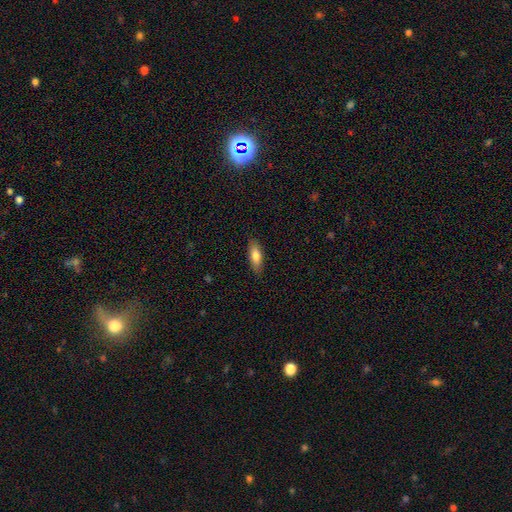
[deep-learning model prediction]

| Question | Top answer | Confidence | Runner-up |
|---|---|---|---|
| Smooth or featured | smooth | 77% | featured or disk (16%) |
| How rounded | in between | 63% | cigar-shaped (35%) |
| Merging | none | 87% | minor disturbance (10%) |